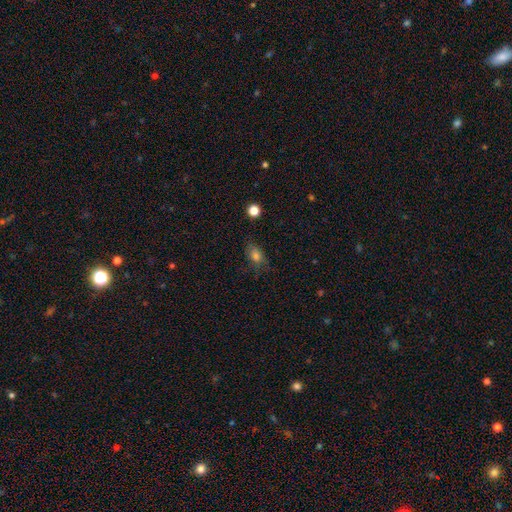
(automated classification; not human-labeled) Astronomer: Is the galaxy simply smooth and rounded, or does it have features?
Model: smooth — 74%.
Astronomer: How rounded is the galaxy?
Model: in between — 74%.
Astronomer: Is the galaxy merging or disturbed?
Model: none — 63%.